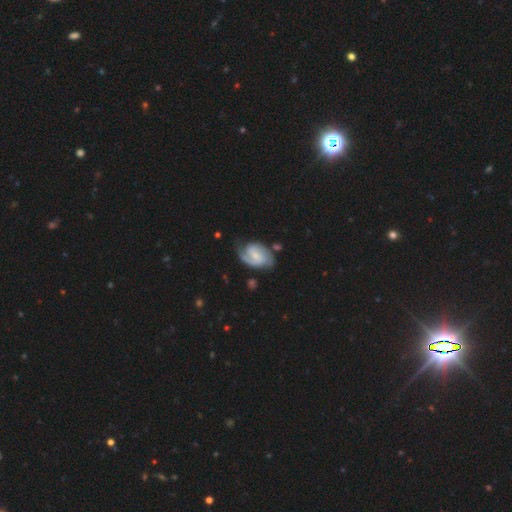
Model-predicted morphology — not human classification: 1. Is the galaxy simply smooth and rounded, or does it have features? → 77% featured or disk, 18% smooth, 5% star or artifact.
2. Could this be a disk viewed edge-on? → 97% no, 3% yes.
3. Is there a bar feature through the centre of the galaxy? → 47% weak, 42% no, 12% strong.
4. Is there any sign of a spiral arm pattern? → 95% yes, 5% no.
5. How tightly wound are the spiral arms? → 44% medium, 39% tight, 17% loose.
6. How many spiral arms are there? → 70% 2, 14% 1, 9% can't tell, 3% 3, 1% 4, 1% more than 4.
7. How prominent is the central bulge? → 46% small, 29% moderate, 19% none, 5% large, 1% dominant.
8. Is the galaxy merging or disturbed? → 59% none, 25% minor disturbance, 12% major disturbance, 4% merger.